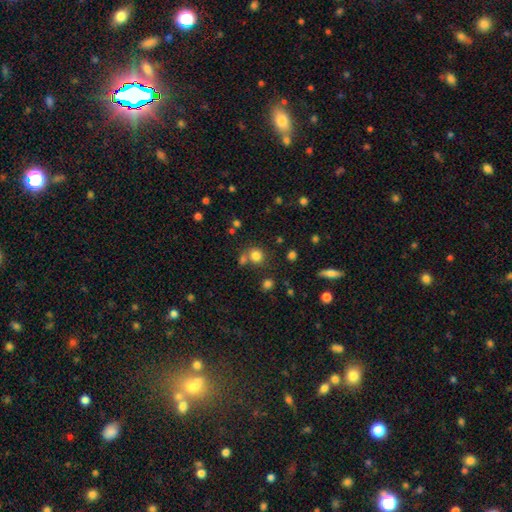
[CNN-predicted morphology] Smooth or featured? Predicted: smooth (p=0.79). How rounded? Predicted: round (p=0.86). Merging? Predicted: none (p=0.64).